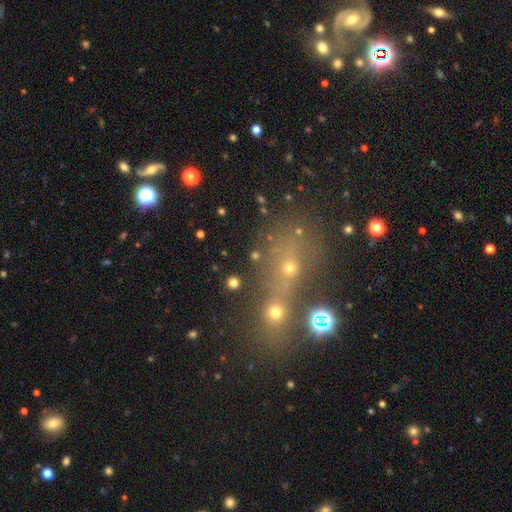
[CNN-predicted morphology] Smooth or featured: smooth — 50% (star or artifact — 35%)
Merging: merger — 43% (none — 42%)